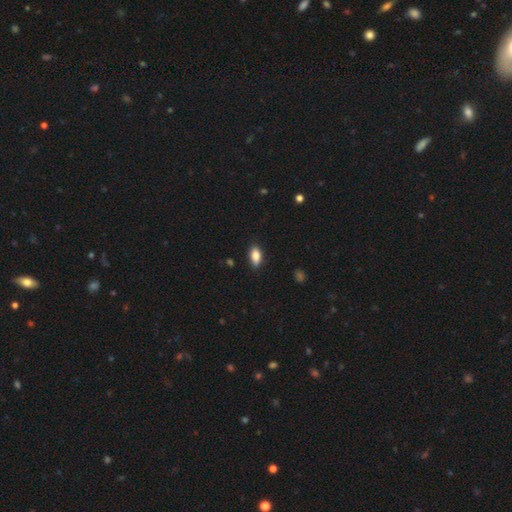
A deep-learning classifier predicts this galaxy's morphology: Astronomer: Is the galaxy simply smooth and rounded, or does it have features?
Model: smooth — 82%.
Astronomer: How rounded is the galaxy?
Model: in between — 87%.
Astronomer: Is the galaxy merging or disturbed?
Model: none — 86%.